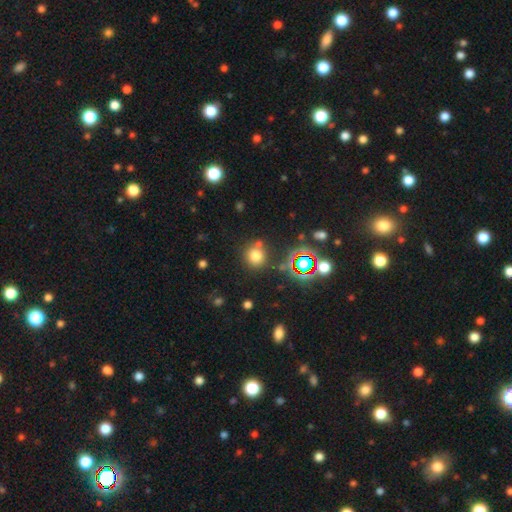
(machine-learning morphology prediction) smooth-or-featured: smooth: 72% | star or artifact: 21% | featured or disk: 8%
  how-rounded: round: 90% | in between: 9% | cigar-shaped: 1%
  merging: none: 76% | minor disturbance: 10% | merger: 10% | major disturbance: 4%